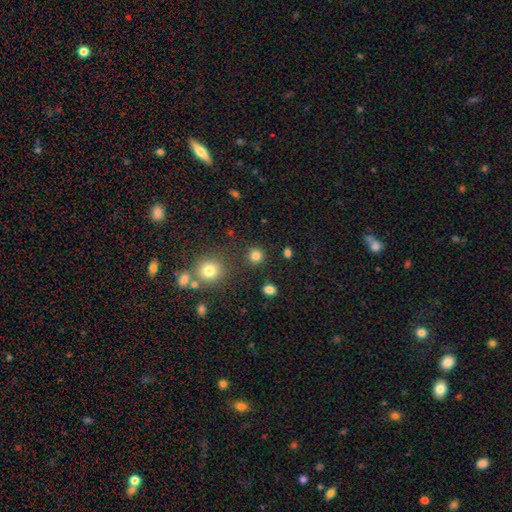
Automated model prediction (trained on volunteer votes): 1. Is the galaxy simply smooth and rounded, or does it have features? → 81% smooth, 14% star or artifact, 5% featured or disk.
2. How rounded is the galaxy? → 92% round, 7% in between, 1% cigar-shaped.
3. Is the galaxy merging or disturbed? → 87% none, 6% minor disturbance, 4% merger, 3% major disturbance.